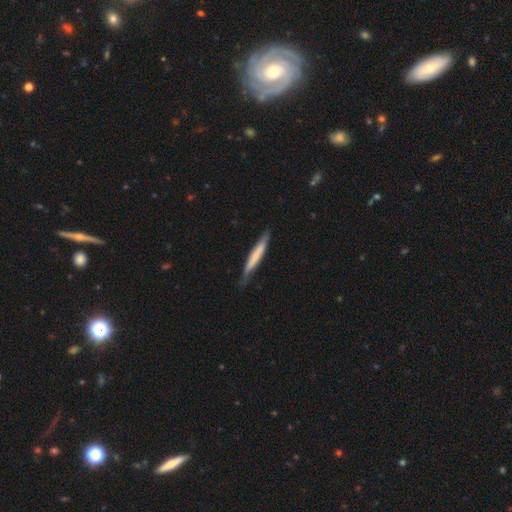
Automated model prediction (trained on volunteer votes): Smooth or featured?
  - smooth: 59% *
  - featured or disk: 36%
  - star or artifact: 5%
How rounded?
  - cigar-shaped: 94% *
  - in between: 5%
  - round: 1%
Merging?
  - none: 79% *
  - minor disturbance: 17%
  - major disturbance: 3%
  - merger: 1%